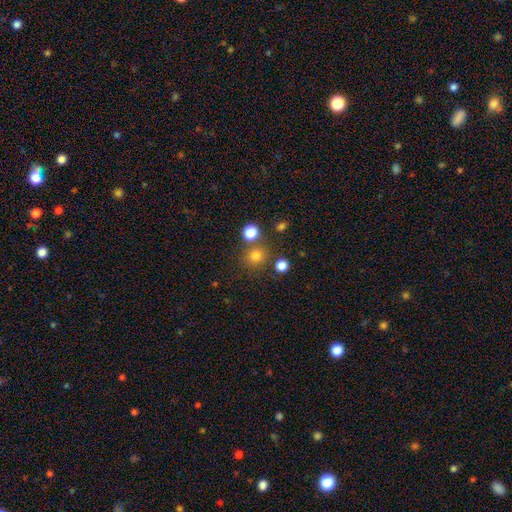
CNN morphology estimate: type=smooth (77%); roundness=round (89%); merging=none (76%).